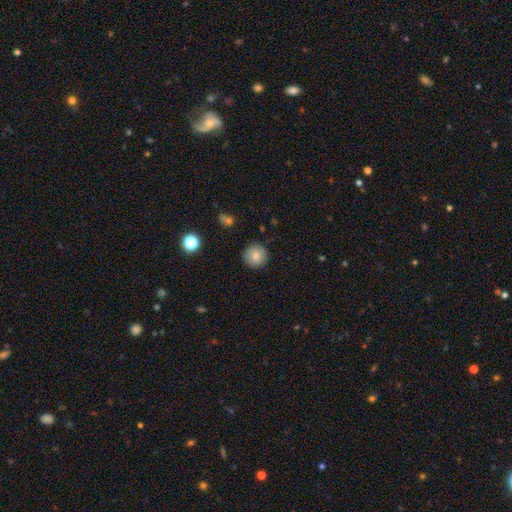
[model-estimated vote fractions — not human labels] Smooth or featured? Predicted: smooth (p=0.81). How rounded? Predicted: round (p=0.95). Merging? Predicted: none (p=0.88).